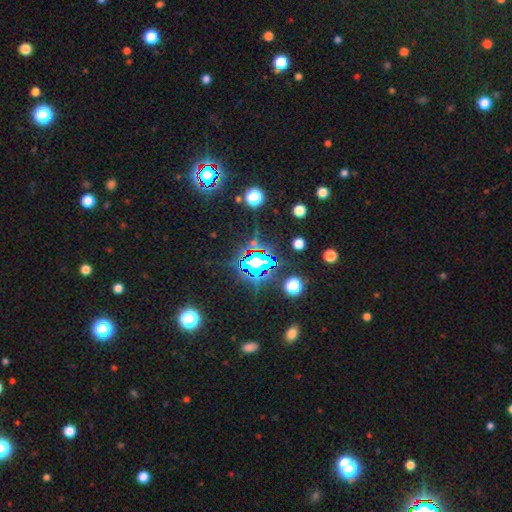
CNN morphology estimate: smooth-or-featured: star or artifact: 78% | smooth: 14% | featured or disk: 9%